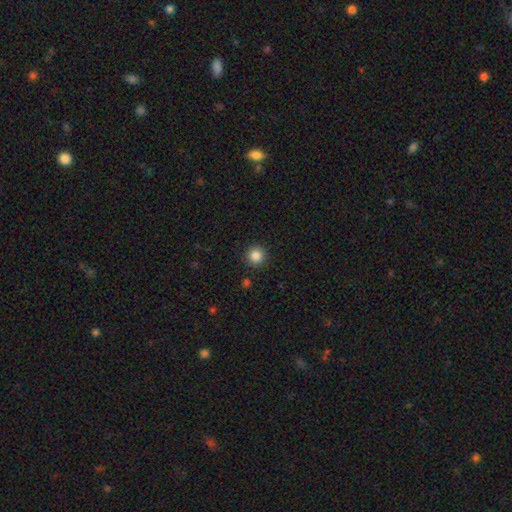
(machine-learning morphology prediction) Overall: smooth (86%). How rounded: round (95%). Merging: none (92%).